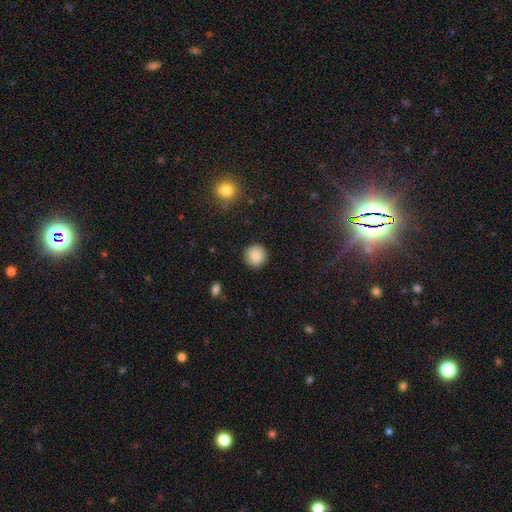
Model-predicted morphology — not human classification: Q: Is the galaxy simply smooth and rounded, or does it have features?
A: smooth — 88%.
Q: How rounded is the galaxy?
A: round — 94%.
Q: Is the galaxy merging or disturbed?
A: none — 90%.